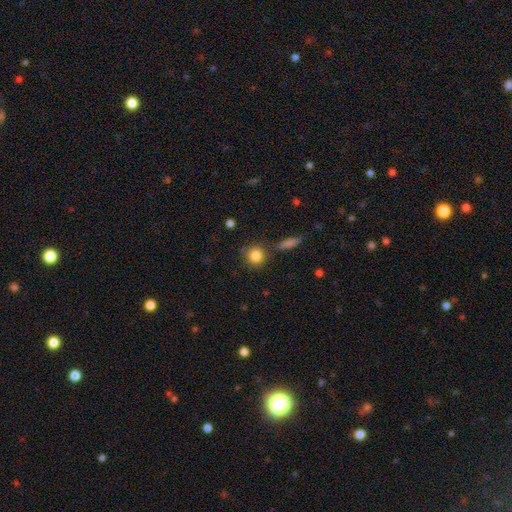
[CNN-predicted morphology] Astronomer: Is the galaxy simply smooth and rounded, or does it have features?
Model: smooth — 84%.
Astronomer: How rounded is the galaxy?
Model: round — 89%.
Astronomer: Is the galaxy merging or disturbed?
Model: none — 78%.